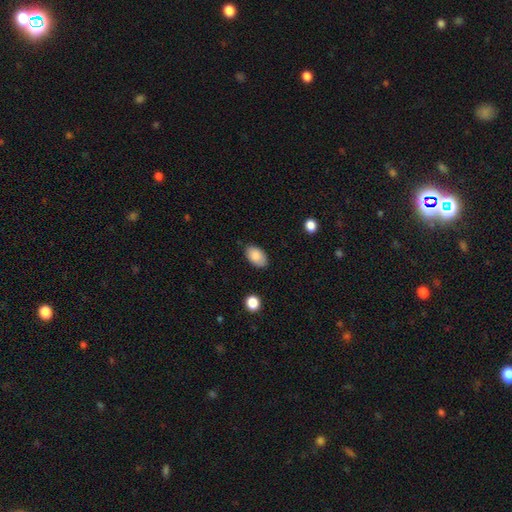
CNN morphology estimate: Smooth or featured? smooth (87%)
How rounded? in between (92%)
Merging? none (83%)